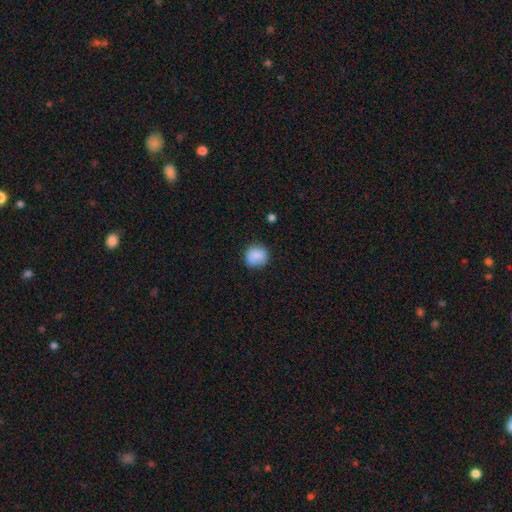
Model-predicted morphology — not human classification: A smooth galaxy with no disk features (86%) that is round (86%). Merging: none (81%).